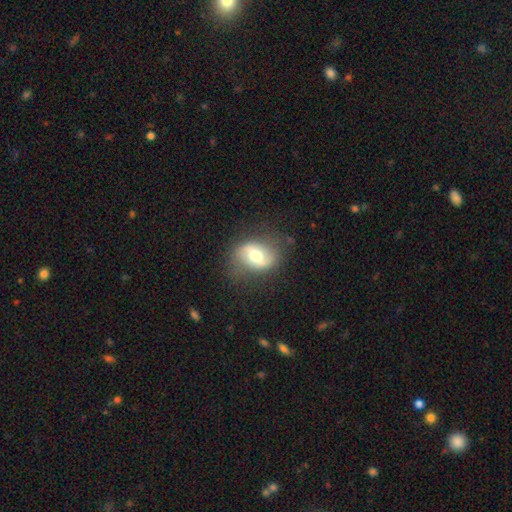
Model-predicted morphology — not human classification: Overall: featured or disk (50%; smooth 42%). Edge-on disk: no (94%). Merging: none (72%).